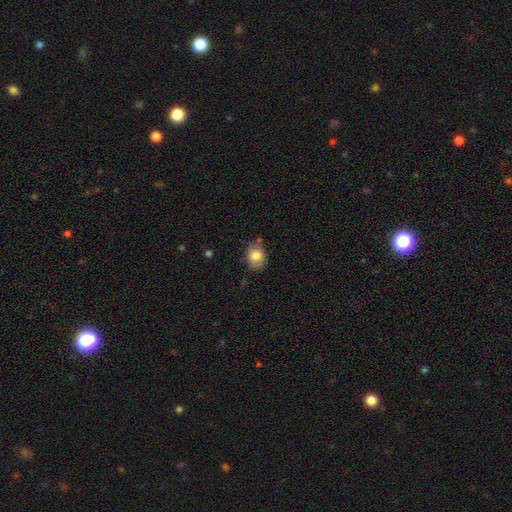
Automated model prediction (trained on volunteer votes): A smooth galaxy with no disk features (80%) that is in between round and cigar-shaped (55%).

Vote fractions:
- Smooth or featured? smooth: 80% / featured or disk: 12% / star or artifact: 8%
- How rounded? in between: 55% / round: 44% / cigar-shaped: 1%
- Merging? none: 69% / minor disturbance: 22% / major disturbance: 5% / merger: 4%